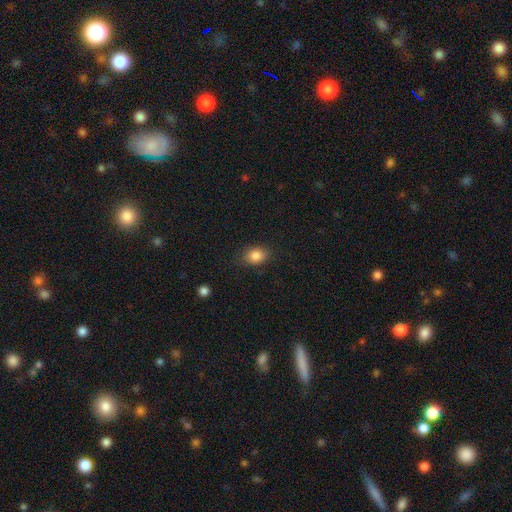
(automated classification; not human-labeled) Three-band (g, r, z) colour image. It shows a smooth galaxy with no disk features (85%) that is in between round and cigar-shaped (67%). Merging: none (82%).